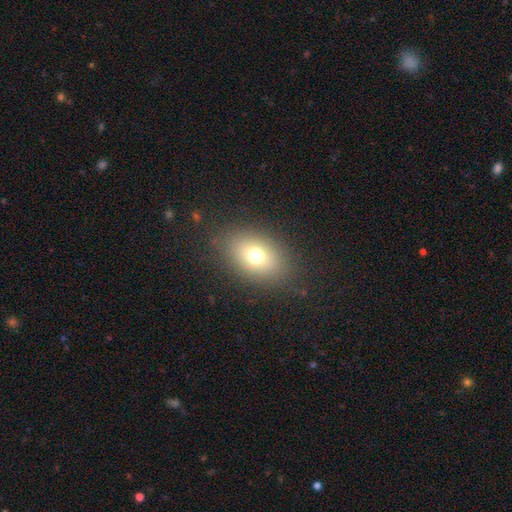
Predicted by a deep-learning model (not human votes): smooth 71%, featured or disk 15%, star or artifact 15%. Down the decision tree: how rounded — in between (73%); merging — none (83%).